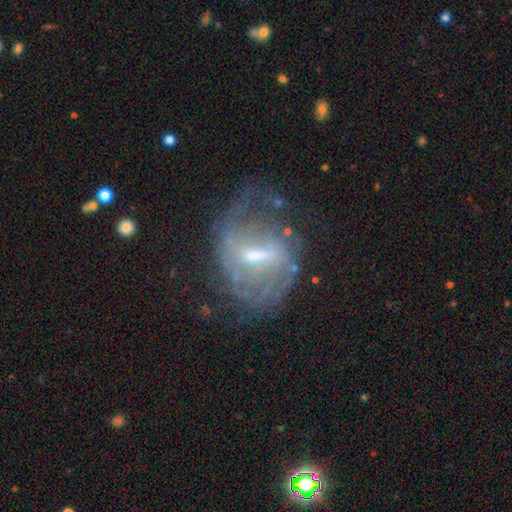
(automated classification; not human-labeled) Smooth or featured? Predicted: featured or disk (p=0.79). Edge-on disk? Predicted: no (p=0.96). Bar? Predicted: weak (p=0.52). Spiral arms? Predicted: yes (p=0.80). Spiral winding? Predicted: medium (p=0.39). Spiral arm count? Predicted: 2 (p=0.41). Bulge size? Predicted: small (p=0.50). Merging? Predicted: none (p=0.51).